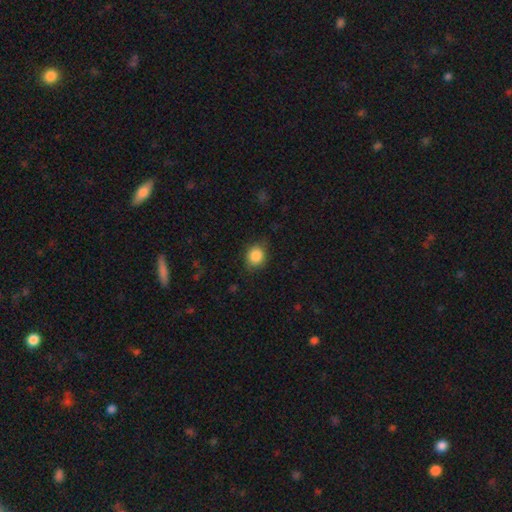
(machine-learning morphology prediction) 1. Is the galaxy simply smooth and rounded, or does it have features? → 87% smooth, 9% star or artifact, 5% featured or disk.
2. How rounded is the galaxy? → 66% round, 33% in between, 1% cigar-shaped.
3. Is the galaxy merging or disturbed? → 78% none, 17% minor disturbance, 4% major disturbance, 1% merger.